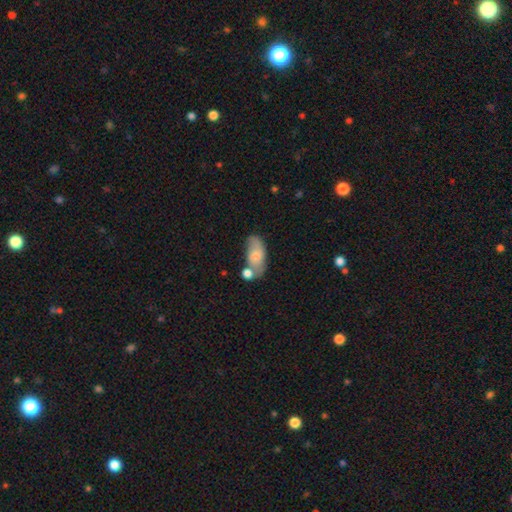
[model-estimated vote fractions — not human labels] Morphology: type=smooth (68%); roundness=in between (91%); merging=none (42%).